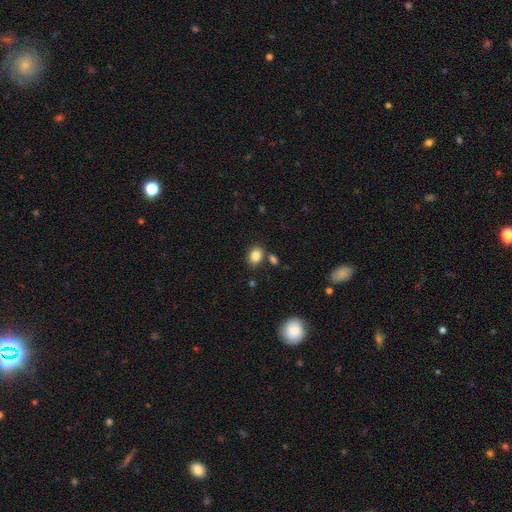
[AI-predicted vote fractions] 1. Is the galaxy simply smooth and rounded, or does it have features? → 84% smooth, 10% star or artifact, 7% featured or disk.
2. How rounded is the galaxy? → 61% in between, 38% round, 1% cigar-shaped.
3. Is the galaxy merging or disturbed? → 75% none, 11% minor disturbance, 10% merger, 3% major disturbance.